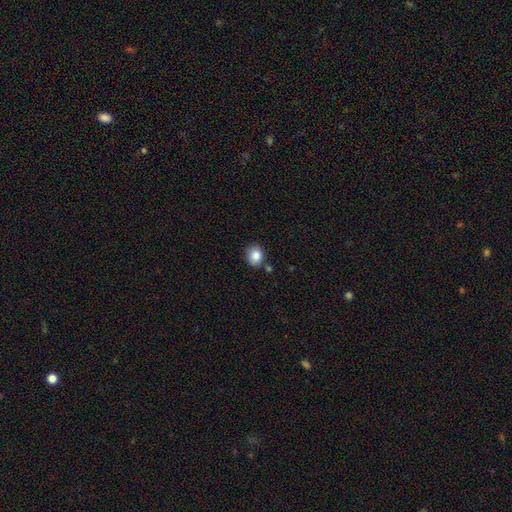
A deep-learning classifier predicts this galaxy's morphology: smooth 86%, star or artifact 9%, featured or disk 5%. Down the decision tree: how rounded — round (68%); merging — none (78%).